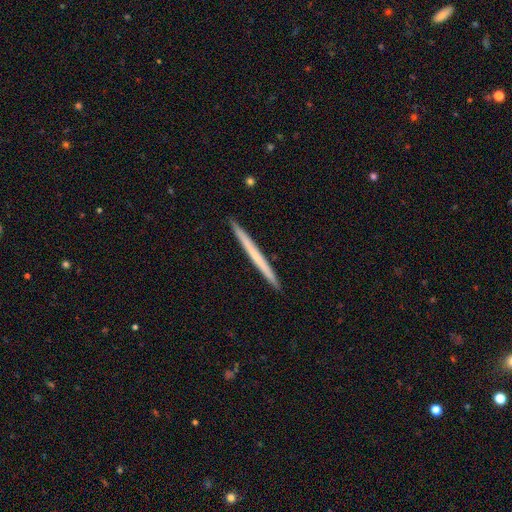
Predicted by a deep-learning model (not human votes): smooth_or_featured: smooth (p=0.50) [alt: featured or disk p=0.45]
how_rounded: cigar-shaped (p=0.98) [alt: in between p=0.01]
merging: none (p=0.93) [alt: minor disturbance p=0.05]